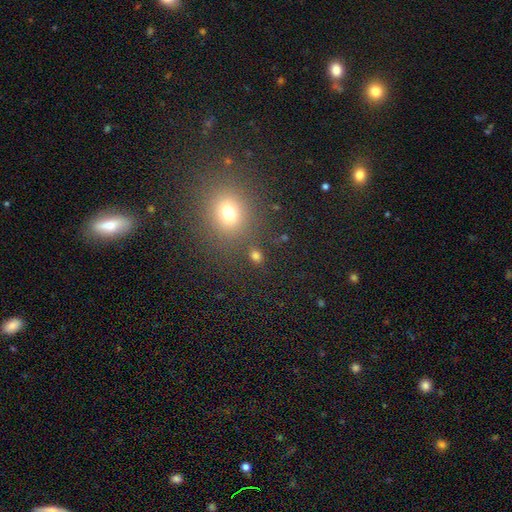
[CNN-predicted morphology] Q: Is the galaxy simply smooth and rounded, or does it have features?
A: smooth — 74%.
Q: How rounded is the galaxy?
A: round — 55%.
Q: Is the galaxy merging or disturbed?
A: none — 80%.